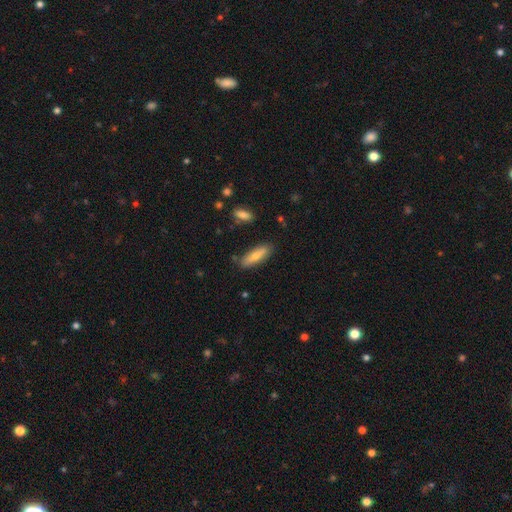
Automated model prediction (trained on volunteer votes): A smooth galaxy with no disk features (72%) that is cigar-shaped (54%).

Vote fractions:
- Smooth or featured? smooth: 72% / featured or disk: 22% / star or artifact: 6%
- How rounded? cigar-shaped: 54% / in between: 44% / round: 2%
- Merging? none: 81% / minor disturbance: 13% / merger: 3% / major disturbance: 3%